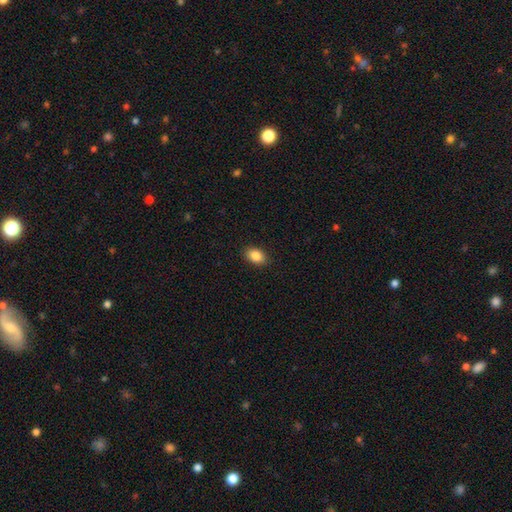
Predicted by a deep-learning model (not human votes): The model was most divided on "how rounded": in between: 83%, round: 16%, cigar-shaped: 1%. More confident: merging — none (90%); smooth or featured — smooth (87%).